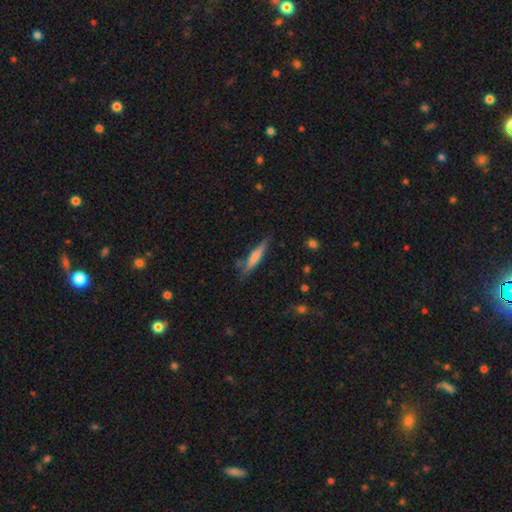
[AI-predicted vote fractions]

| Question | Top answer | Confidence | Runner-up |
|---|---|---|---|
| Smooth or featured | smooth | 63% | featured or disk (31%) |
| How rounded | cigar-shaped | 89% | in between (10%) |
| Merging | none | 77% | minor disturbance (16%) |